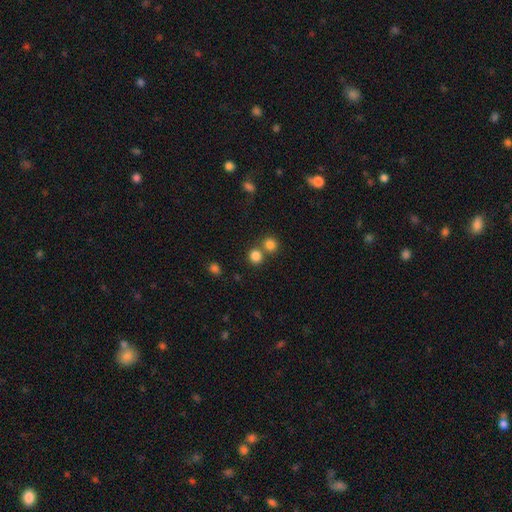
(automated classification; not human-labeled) This appears to be a smooth galaxy with no disk features (82%) that is round (84%). Merging: none (61%).